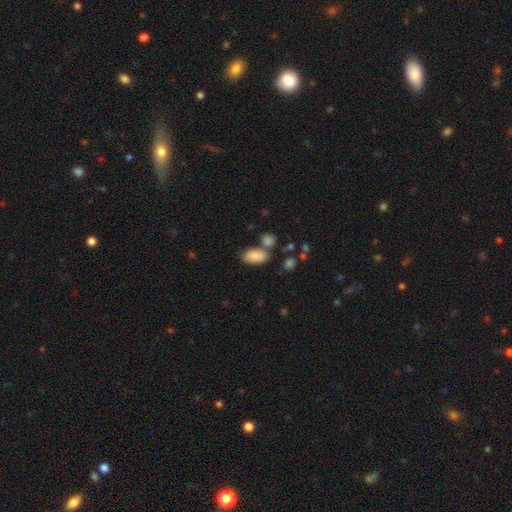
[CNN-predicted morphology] This is clearly a smooth galaxy (88%). How rounded: clearly in between (93%). Merging: likely none (61%).